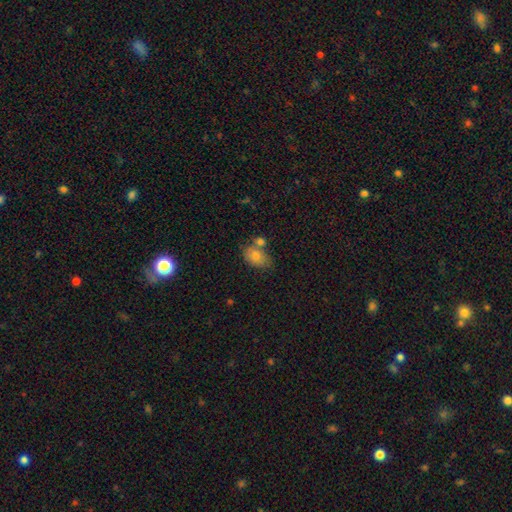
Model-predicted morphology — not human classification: smooth-or-featured: smooth: 75% | featured or disk: 15% | star or artifact: 10%
  how-rounded: in between: 75% | round: 24% | cigar-shaped: 1%
  merging: none: 51% | merger: 25% | minor disturbance: 18% | major disturbance: 5%